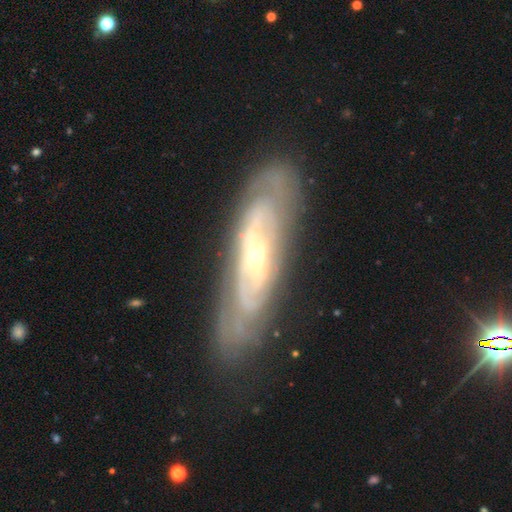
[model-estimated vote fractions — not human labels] smooth_or_featured: featured or disk (p=0.81) [alt: smooth p=0.13]
disk_edge_on: no (p=0.78) [alt: yes p=0.22]
bar: no (p=0.67) [alt: weak p=0.23]
has_spiral_arms: yes (p=0.76) [alt: no p=0.24]
bulge_size: small (p=0.62) [alt: moderate p=0.34]
merging: none (p=0.79) [alt: minor disturbance p=0.14]